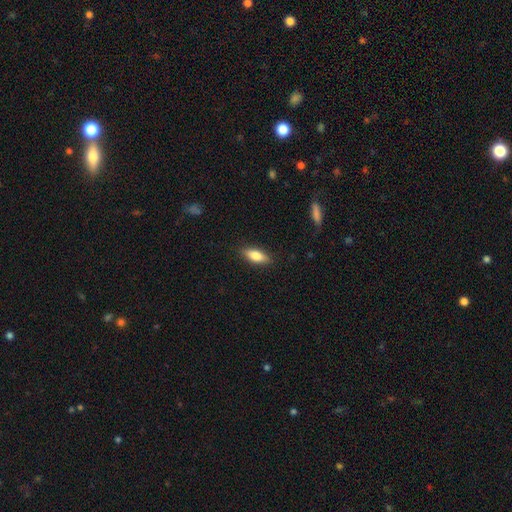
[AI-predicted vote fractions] Morphology: type=smooth (80%); roundness=in between (73%); merging=none (87%).